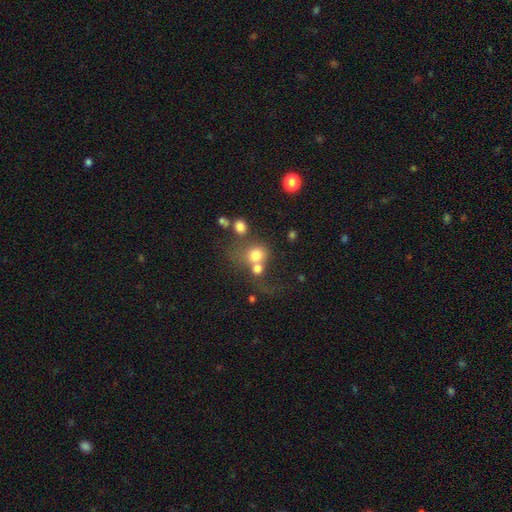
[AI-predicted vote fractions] A smooth galaxy with no disk features (71%) that is round (73%).

Vote fractions:
- Smooth or featured? smooth: 71% / featured or disk: 16% / star or artifact: 13%
- How rounded? round: 73% / in between: 26% / cigar-shaped: 1%
- Merging? merger: 51% / none: 28% / major disturbance: 13% / minor disturbance: 9%